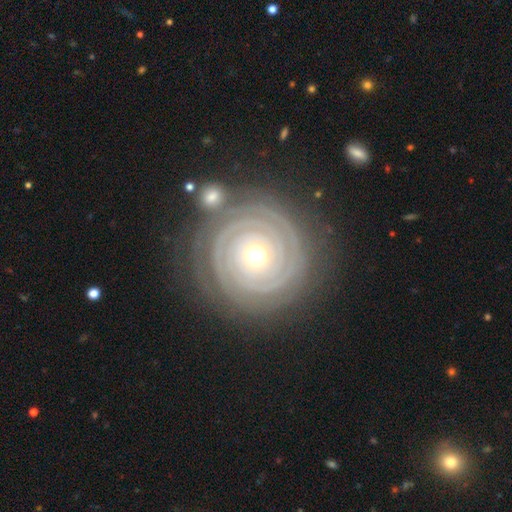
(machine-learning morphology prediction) Q: Smooth or featured?
A: featured or disk (89%); runner-up: smooth (6%)
Q: Edge-on disk?
A: no (97%); runner-up: yes (3%)
Q: Bar?
A: no (82%); runner-up: weak (11%)
Q: Spiral arms?
A: yes (97%); runner-up: no (3%)
Q: Spiral winding?
A: tight (93%); runner-up: medium (5%)
Q: Spiral arm count?
A: 2 (45%); runner-up: 3 (16%)
Q: Bulge size?
A: moderate (56%); runner-up: small (40%)
Q: Merging?
A: none (83%); runner-up: minor disturbance (10%)